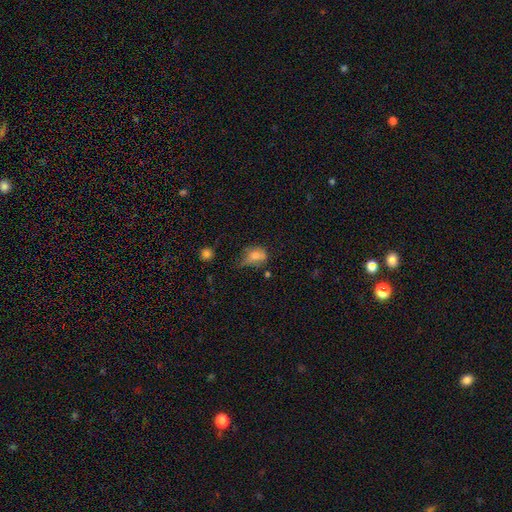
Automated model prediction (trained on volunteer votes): smooth_or_featured: smooth (p=0.72) [alt: featured or disk p=0.16]
how_rounded: in between (p=0.71) [alt: round p=0.26]
merging: minor disturbance (p=0.37) [alt: none p=0.30]